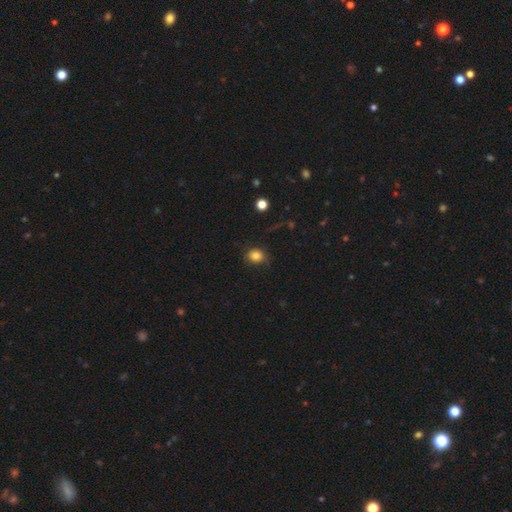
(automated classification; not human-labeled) Q: Smooth or featured?
A: smooth (83%); runner-up: star or artifact (11%)
Q: How rounded?
A: round (64%); runner-up: in between (35%)
Q: Merging?
A: none (73%); runner-up: minor disturbance (20%)